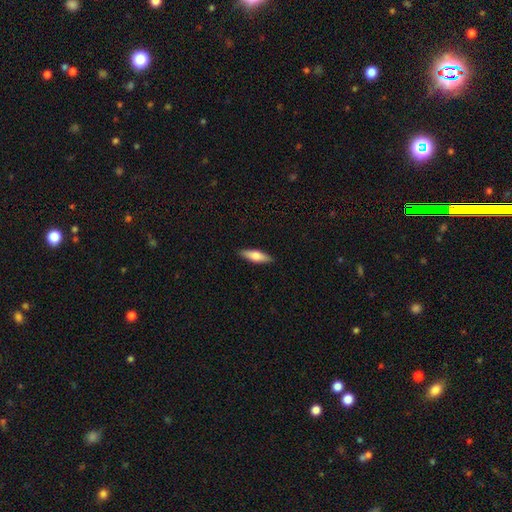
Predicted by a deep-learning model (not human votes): Overall: smooth (68%). How rounded: cigar-shaped (53%; in between 45%). Merging: none (89%).